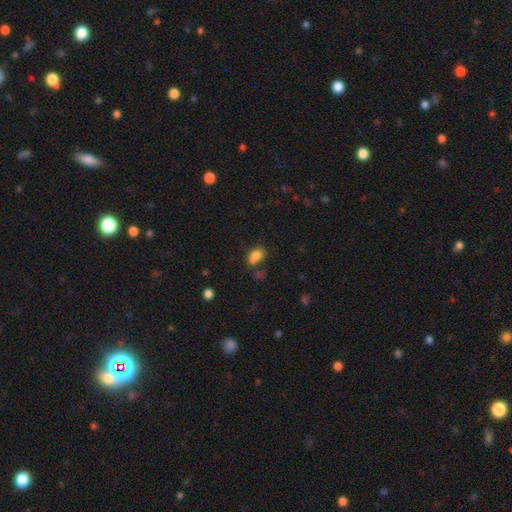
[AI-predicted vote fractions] Morphology: type=smooth (79%); roundness=in between (74%); merging=none (46%).